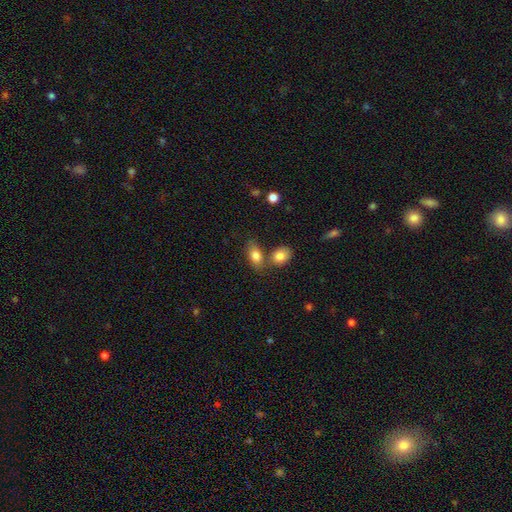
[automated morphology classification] Q: Smooth or featured?
A: smooth (81%); runner-up: featured or disk (12%)
Q: How rounded?
A: in between (86%); runner-up: round (10%)
Q: Merging?
A: none (53%); runner-up: merger (31%)